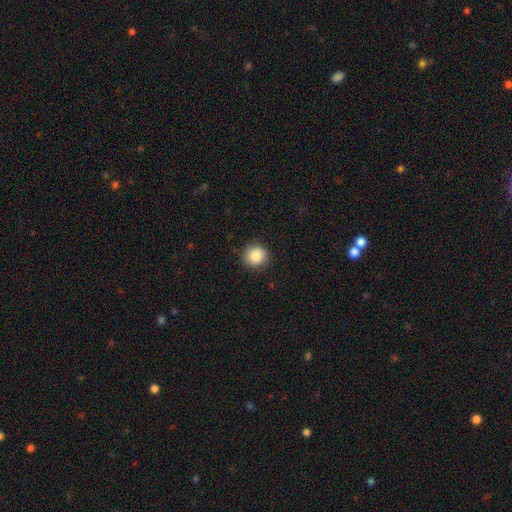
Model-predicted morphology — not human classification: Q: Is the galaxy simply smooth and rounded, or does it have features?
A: smooth — 88%.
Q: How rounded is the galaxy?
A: round — 90%.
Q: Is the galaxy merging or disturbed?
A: none — 88%.